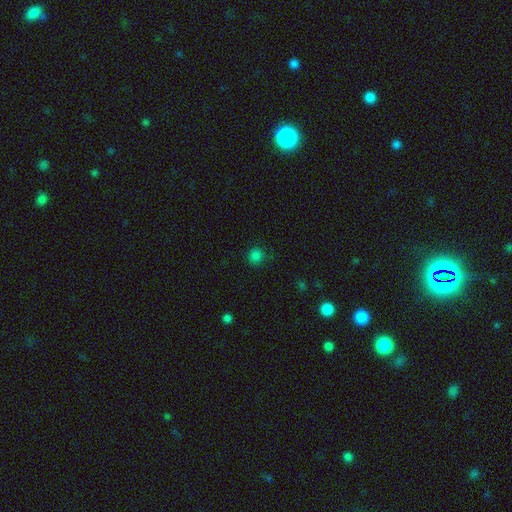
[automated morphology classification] Smooth or featured: smooth — 81% (star or artifact — 16%)
How rounded: round — 93% (in between — 6%)
Merging: none — 87% (minor disturbance — 9%)